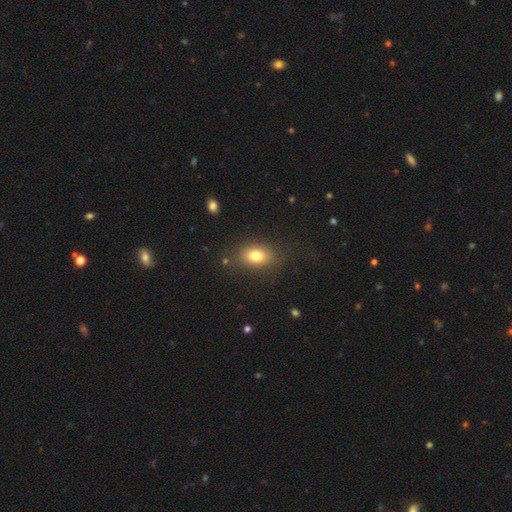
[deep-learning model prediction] A smooth galaxy with no disk features (79%) that is in between round and cigar-shaped (71%).

Vote fractions:
- Smooth or featured? smooth: 79% / star or artifact: 11% / featured or disk: 10%
- How rounded? in between: 71% / round: 27% / cigar-shaped: 1%
- Merging? none: 82% / minor disturbance: 12% / major disturbance: 5% / merger: 2%